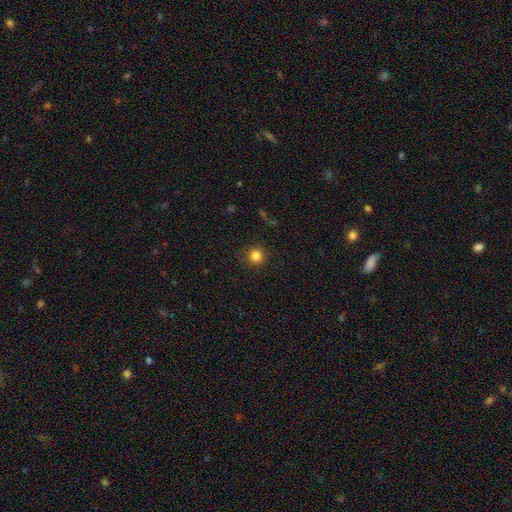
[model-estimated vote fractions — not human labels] Overall: smooth (84%). How rounded: round (93%). Merging: none (89%).